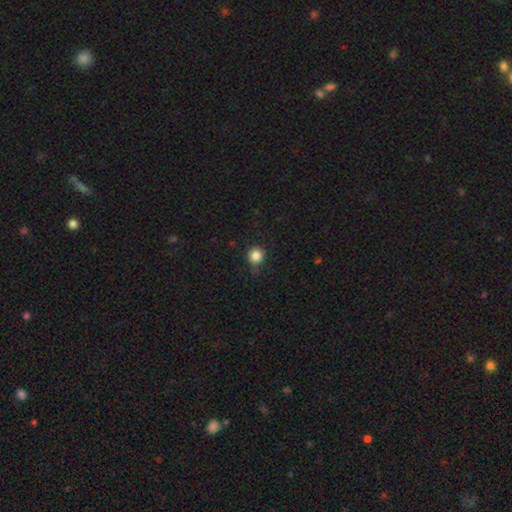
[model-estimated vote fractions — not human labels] Smooth or featured? smooth (85%)
How rounded? round (89%)
Merging? none (78%)